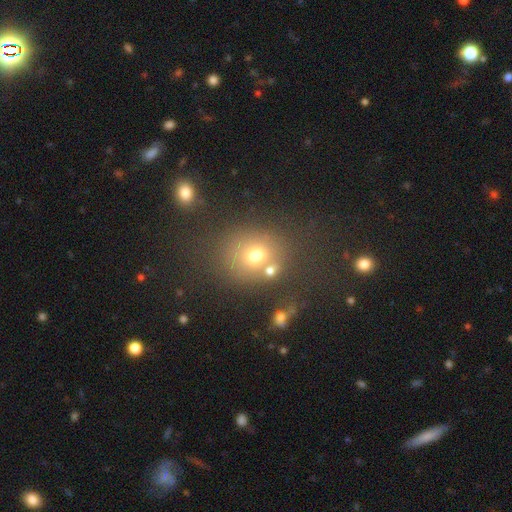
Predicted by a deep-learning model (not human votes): Smooth or featured: smooth — 69% (star or artifact — 17%)
How rounded: round — 69% (in between — 30%)
Merging: none — 62% (merger — 17%)